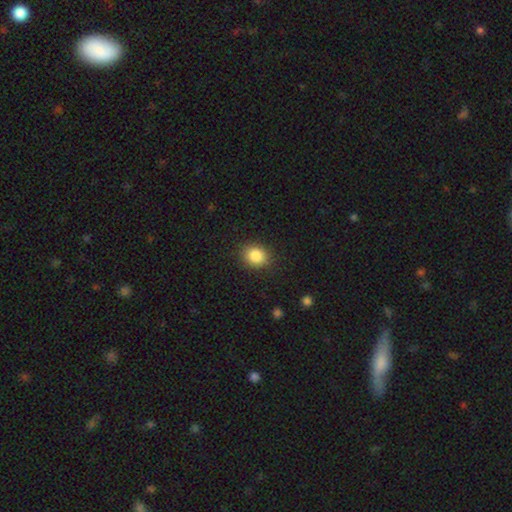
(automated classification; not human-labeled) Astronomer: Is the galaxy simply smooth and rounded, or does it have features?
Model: smooth — 86%.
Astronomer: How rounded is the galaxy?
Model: round — 66%.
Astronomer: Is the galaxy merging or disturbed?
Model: none — 86%.